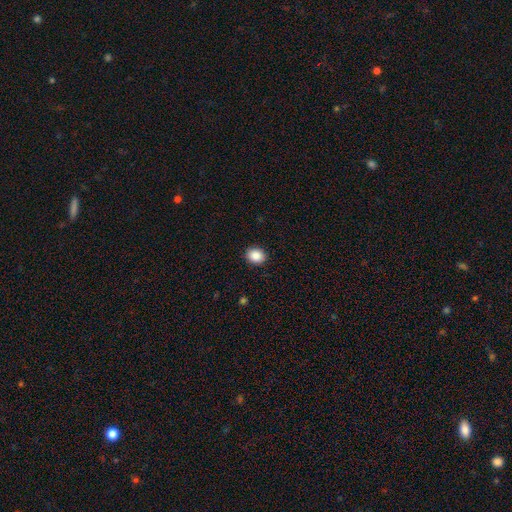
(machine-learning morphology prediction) smooth-or-featured: smooth: 89% | star or artifact: 8% | featured or disk: 3%
  how-rounded: round: 57% | in between: 42% | cigar-shaped: 1%
  merging: none: 90% | minor disturbance: 7% | major disturbance: 2% | merger: 1%